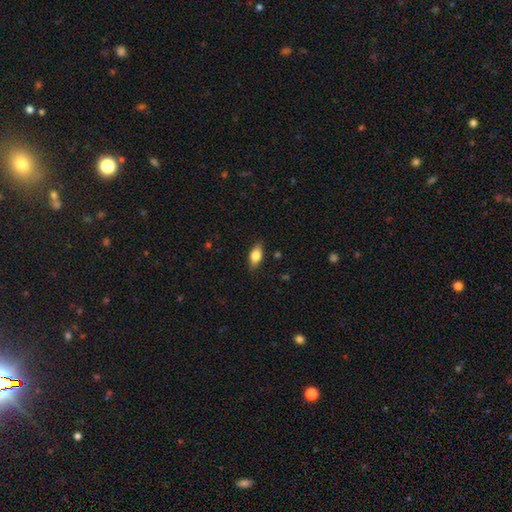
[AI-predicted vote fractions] smooth-or-featured: smooth: 76% | featured or disk: 17% | star or artifact: 7%
  how-rounded: in between: 85% | cigar-shaped: 10% | round: 5%
  merging: none: 84% | minor disturbance: 12% | major disturbance: 3% | merger: 1%